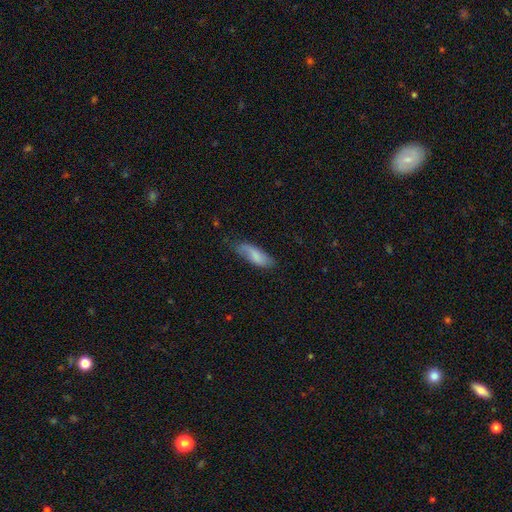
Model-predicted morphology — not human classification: smooth-or-featured: smooth: 77% | featured or disk: 17% | star or artifact: 6%
  how-rounded: in between: 65% | cigar-shaped: 33% | round: 2%
  merging: none: 63% | minor disturbance: 29% | major disturbance: 7% | merger: 2%